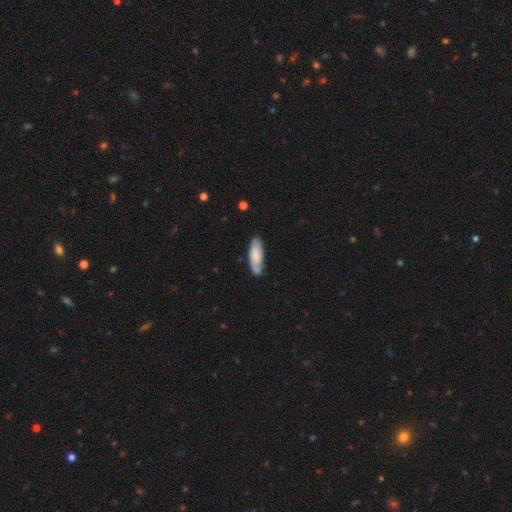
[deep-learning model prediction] Smooth or featured? Predicted: smooth (p=0.74). How rounded? Predicted: in between (p=0.58). Merging? Predicted: none (p=0.72).